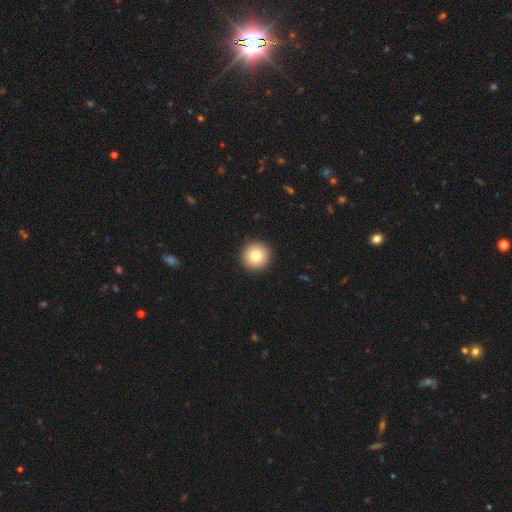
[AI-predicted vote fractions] This appears to be a smooth galaxy with no disk features (81%) that is round (96%). Merging: none (93%).